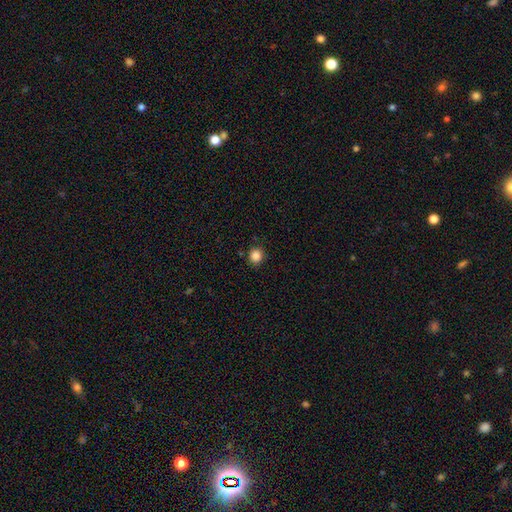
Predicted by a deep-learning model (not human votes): Smooth or featured? smooth (86%)
How rounded? round (87%)
Merging? none (88%)